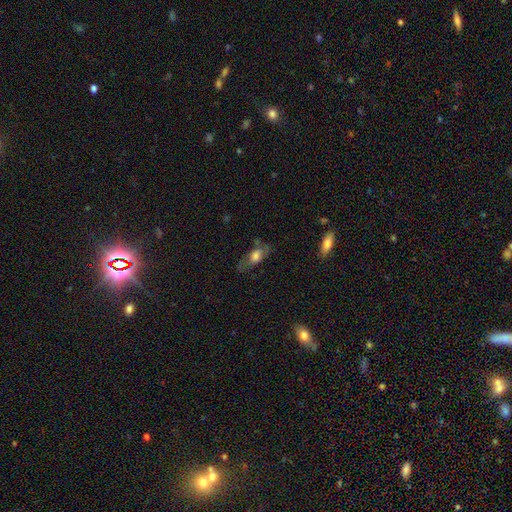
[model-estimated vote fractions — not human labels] Smooth or featured? smooth (56%)
How rounded? in between (78%)
Merging? none (63%)